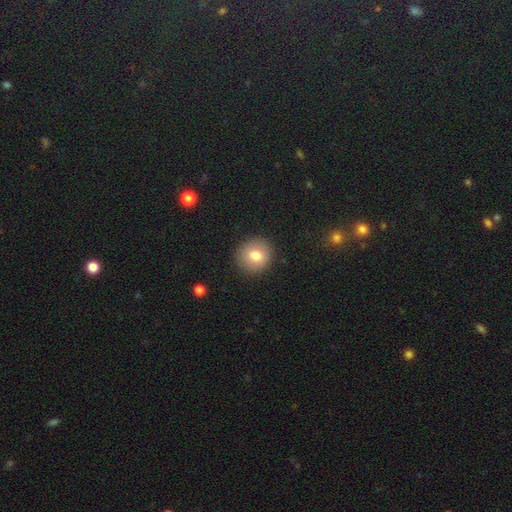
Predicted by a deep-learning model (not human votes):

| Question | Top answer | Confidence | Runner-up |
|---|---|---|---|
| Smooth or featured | smooth | 79% | featured or disk (12%) |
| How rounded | round | 91% | in between (8%) |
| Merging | none | 90% | minor disturbance (7%) |